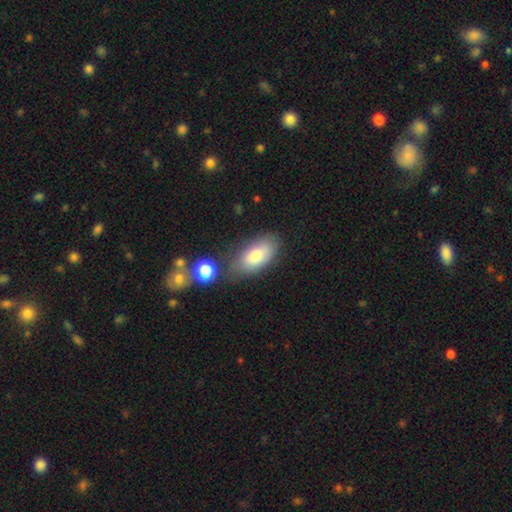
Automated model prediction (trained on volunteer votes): Smooth or featured: smooth — 79% (featured or disk — 14%)
How rounded: in between — 90% (cigar-shaped — 6%)
Merging: none — 68% (minor disturbance — 19%)